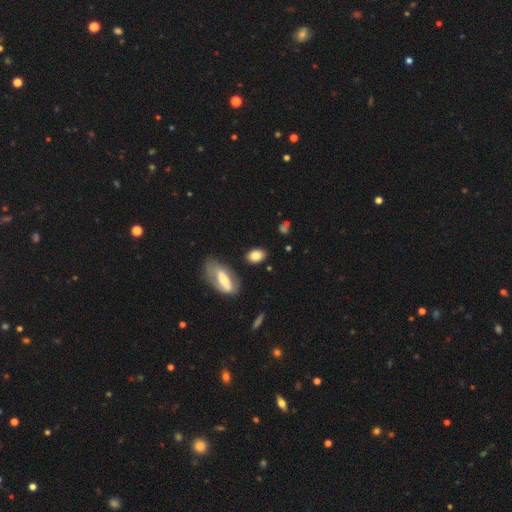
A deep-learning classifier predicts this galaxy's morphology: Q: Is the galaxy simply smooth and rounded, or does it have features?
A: smooth — 80%.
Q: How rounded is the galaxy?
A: in between — 77%.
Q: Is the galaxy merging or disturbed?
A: none — 79%.